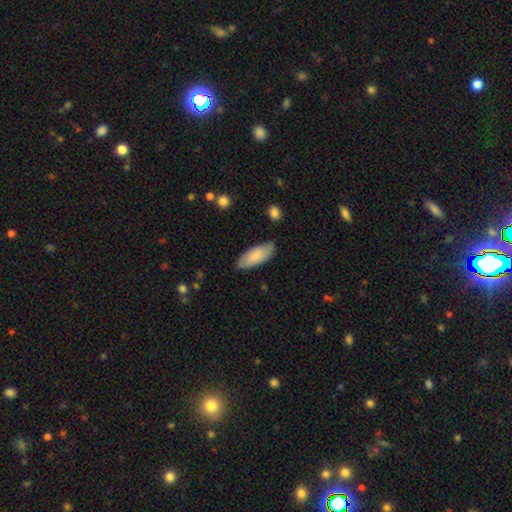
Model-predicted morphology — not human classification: Overall: smooth (79%). How rounded: in between (80%). Merging: none (78%).